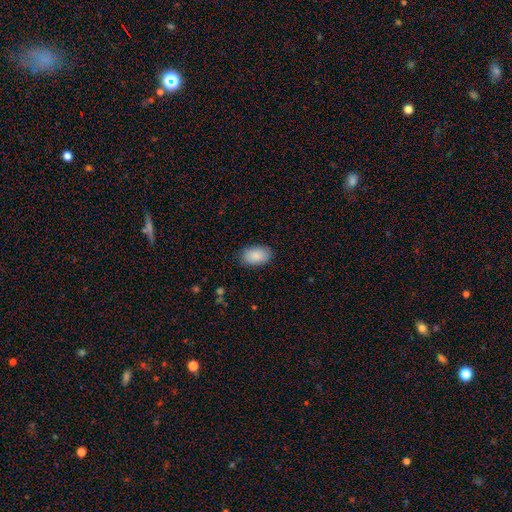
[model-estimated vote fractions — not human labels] smooth_or_featured: smooth (p=0.89) [alt: star or artifact p=0.06]
how_rounded: in between (p=0.93) [alt: round p=0.06]
merging: none (p=0.86) [alt: minor disturbance p=0.11]